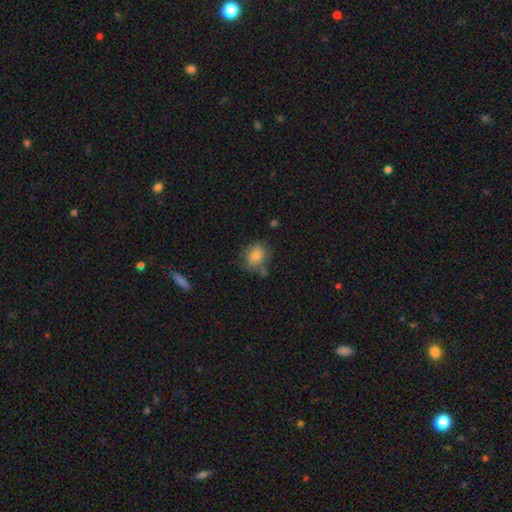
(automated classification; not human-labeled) Smooth or featured? smooth (79%)
How rounded? round (59%)
Merging? none (65%)